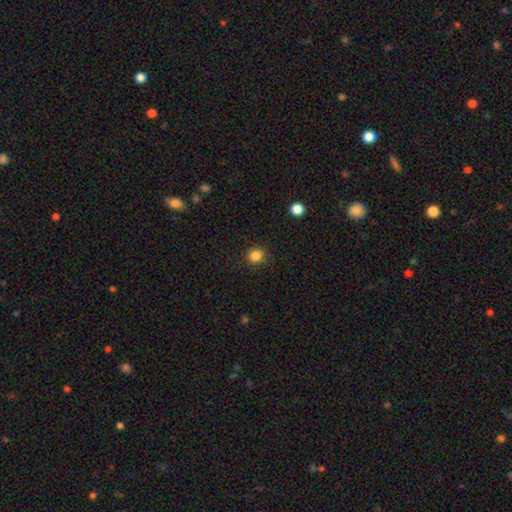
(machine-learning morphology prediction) smooth 85%, star or artifact 12%, featured or disk 4%. Down the decision tree: how rounded — round (80%); merging — none (89%).